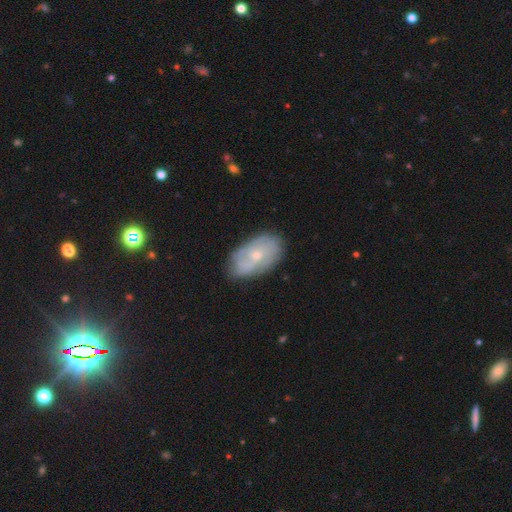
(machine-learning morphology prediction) Smooth or featured: featured or disk — 57% (smooth — 36%)
Edge-on disk: no — 93% (yes — 7%)
Bar: no — 77% (weak — 20%)
Spiral arms: yes — 67% (no — 33%)
Bulge size: small — 64% (moderate — 32%)
Merging: none — 75% (minor disturbance — 19%)